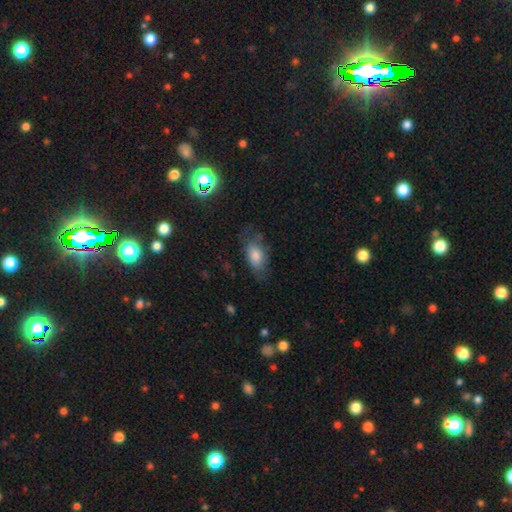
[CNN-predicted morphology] A smooth galaxy with no disk features (78%) that is in between round and cigar-shaped (89%). Merging: none (59%).